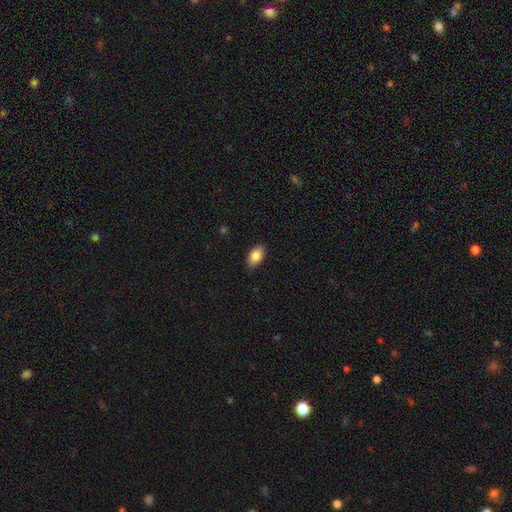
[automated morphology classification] smooth-or-featured: smooth: 85% | featured or disk: 7% | star or artifact: 7%
  how-rounded: in between: 92% | round: 6% | cigar-shaped: 2%
  merging: none: 88% | minor disturbance: 9% | major disturbance: 2% | merger: 1%